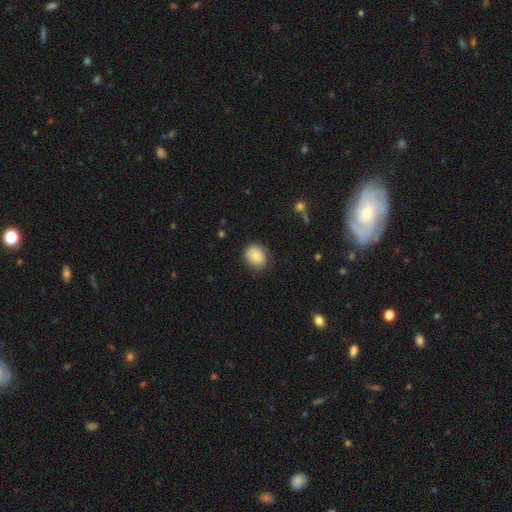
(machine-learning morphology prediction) Overall: smooth (82%). How rounded: round (54%; in between 45%). Merging: none (80%).